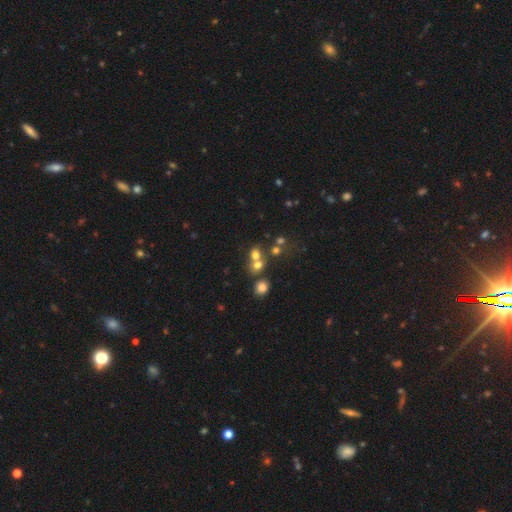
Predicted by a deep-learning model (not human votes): Morphology: type=smooth (66%); roundness=round (70%); merging=merger (47%).